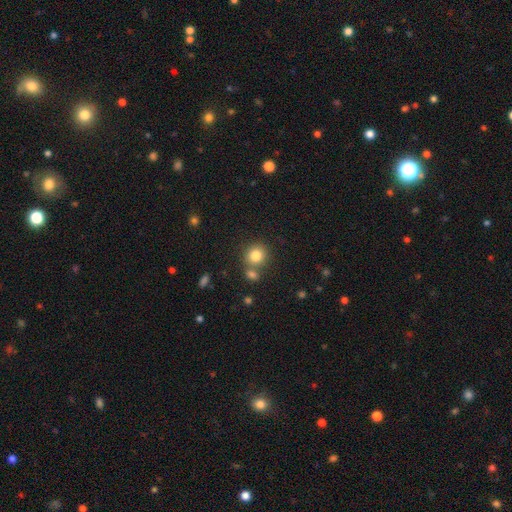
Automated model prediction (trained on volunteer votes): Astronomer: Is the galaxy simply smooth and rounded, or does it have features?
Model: smooth — 81%.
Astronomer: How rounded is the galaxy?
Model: round — 85%.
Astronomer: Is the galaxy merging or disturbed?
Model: none — 67%.